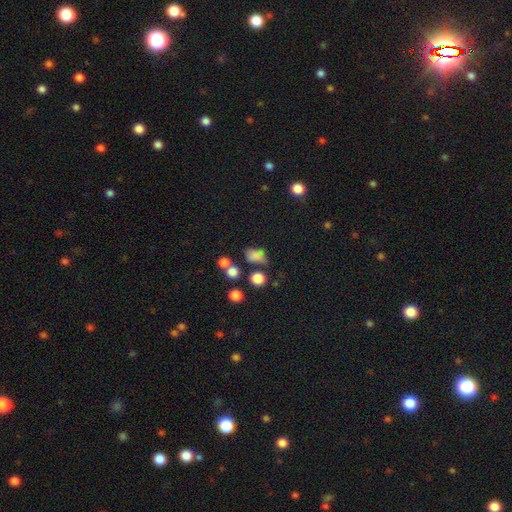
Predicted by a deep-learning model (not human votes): This is likely a smooth galaxy (76%). How rounded: likely in between (66%). Merging: possibly none (48%).